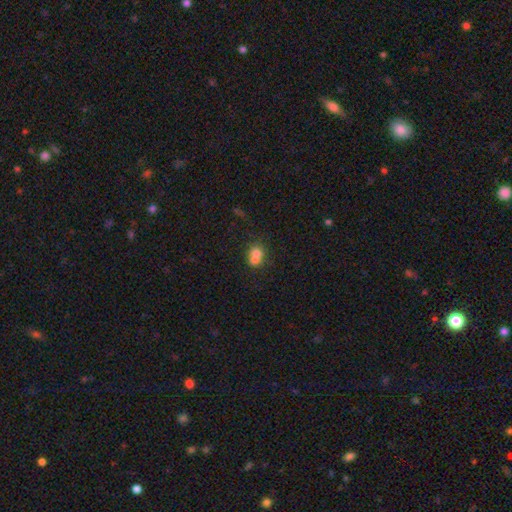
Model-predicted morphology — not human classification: This appears to be a smooth galaxy with no disk features (68%) that is round (66%). Merging: merger (62%).